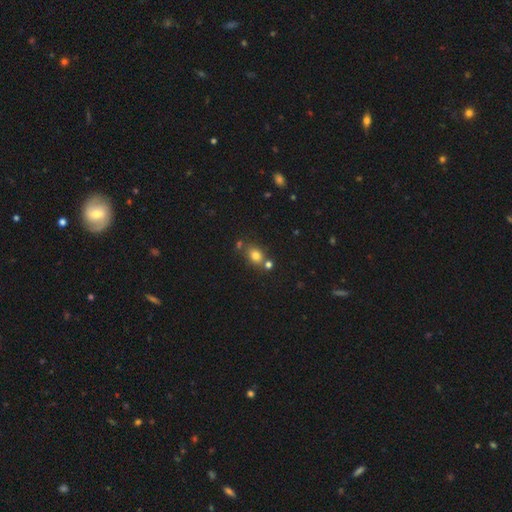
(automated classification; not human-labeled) smooth 78%, star or artifact 13%, featured or disk 9%. Down the decision tree: how rounded — round (52%); merging — none (63%).